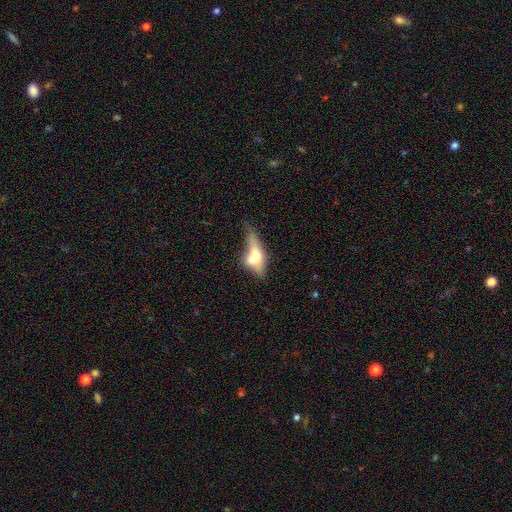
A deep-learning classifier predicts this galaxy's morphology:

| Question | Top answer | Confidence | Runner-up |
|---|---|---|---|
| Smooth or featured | smooth | 49% | featured or disk (42%) |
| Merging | merger | 37% | none (24%) |